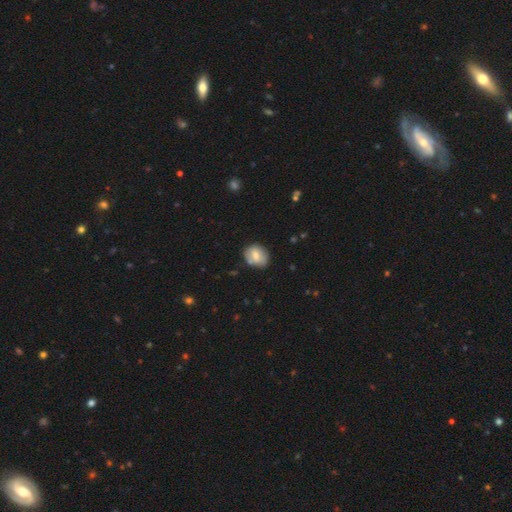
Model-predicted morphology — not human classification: The model was most divided on "how rounded": round: 50%, in between: 49%, cigar-shaped: 1%. More confident: merging — none (73%); smooth or featured — smooth (69%).